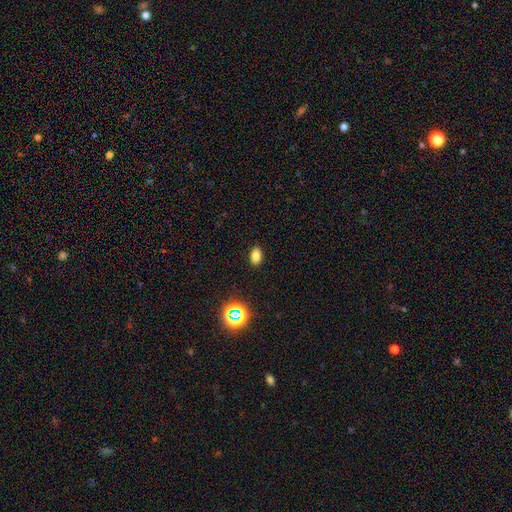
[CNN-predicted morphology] type=smooth (78%); roundness=in between (87%); merging=none (89%).